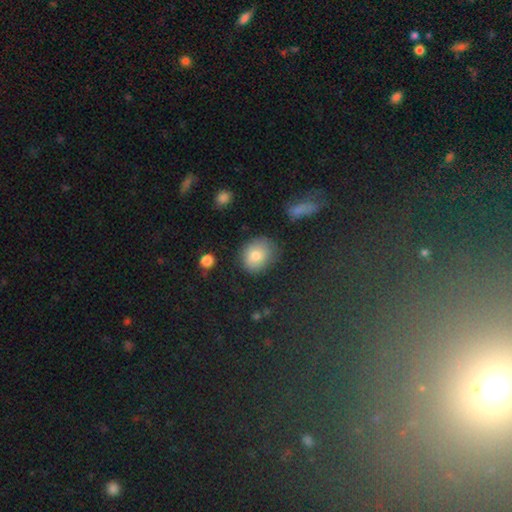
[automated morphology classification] Smooth or featured: smooth — 77% (featured or disk — 14%)
How rounded: round — 62% (in between — 37%)
Merging: none — 73% (minor disturbance — 19%)